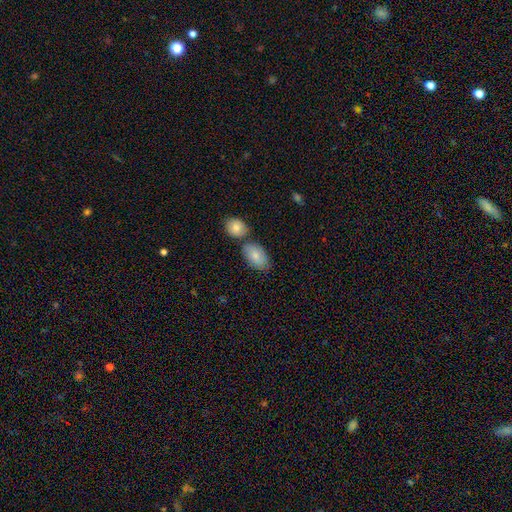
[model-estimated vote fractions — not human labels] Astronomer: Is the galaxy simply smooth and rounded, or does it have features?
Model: smooth — 81%.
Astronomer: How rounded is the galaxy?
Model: in between — 91%.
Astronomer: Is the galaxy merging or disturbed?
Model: none — 56%.